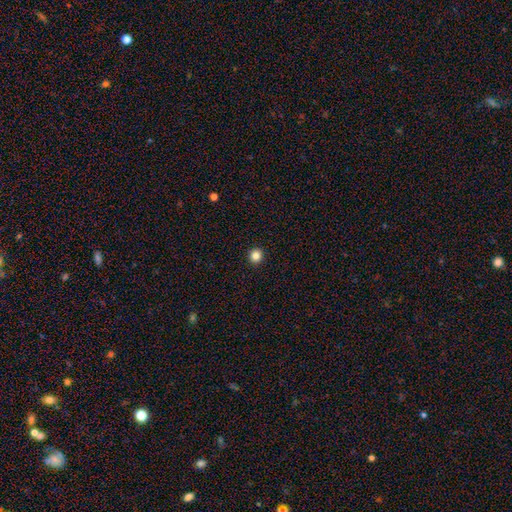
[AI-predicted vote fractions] Smooth or featured: smooth — 84% (star or artifact — 12%)
How rounded: round — 93% (in between — 6%)
Merging: none — 94% (minor disturbance — 4%)